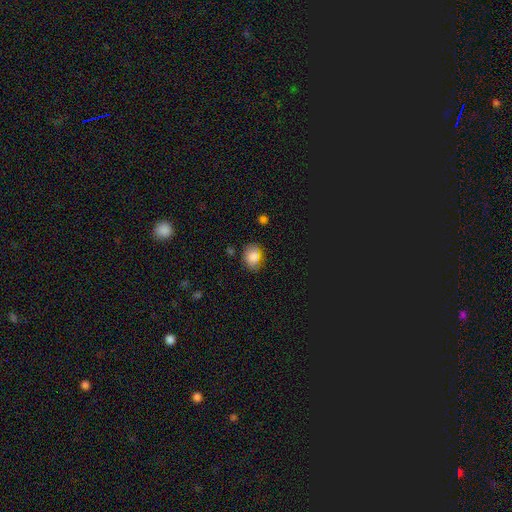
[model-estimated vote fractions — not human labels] Smooth or featured?
  - smooth: 81% *
  - star or artifact: 12%
  - featured or disk: 7%
How rounded?
  - in between: 54% *
  - round: 45%
  - cigar-shaped: 1%
Merging?
  - none: 77% *
  - minor disturbance: 16%
  - major disturbance: 4%
  - merger: 2%